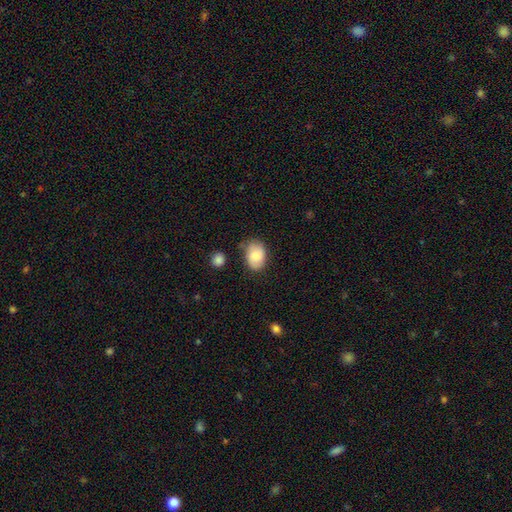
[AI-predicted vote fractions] smooth-or-featured: smooth: 82% | featured or disk: 11% | star or artifact: 7%
  how-rounded: in between: 81% | round: 18% | cigar-shaped: 1%
  merging: none: 71% | minor disturbance: 20% | major disturbance: 4% | merger: 4%